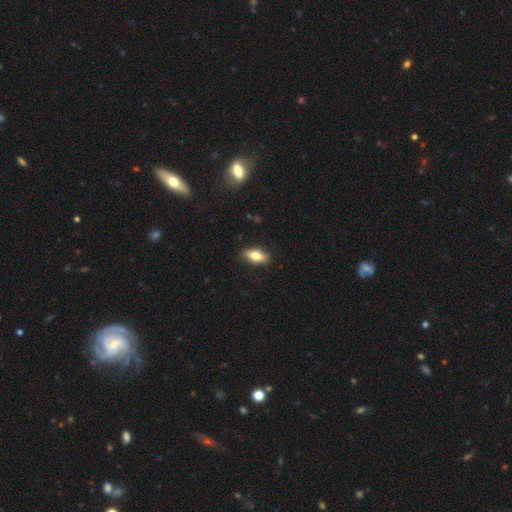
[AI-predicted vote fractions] A smooth galaxy with no disk features (75%) that is in between round and cigar-shaped (84%).

Vote fractions:
- Smooth or featured? smooth: 75% / featured or disk: 18% / star or artifact: 7%
- How rounded? in between: 84% / cigar-shaped: 11% / round: 4%
- Merging? none: 88% / minor disturbance: 9% / major disturbance: 2% / merger: 1%